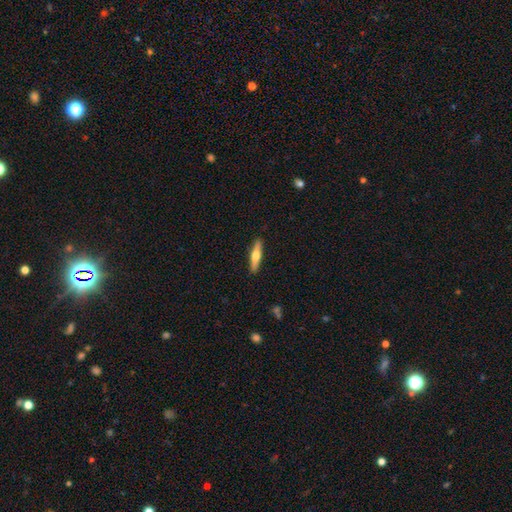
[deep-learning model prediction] A smooth galaxy with no disk features (48%).

Vote fractions:
- Smooth or featured? smooth: 48% / featured or disk: 47% / star or artifact: 5%
- Merging? none: 91% / minor disturbance: 7% / major disturbance: 1% / merger: 1%